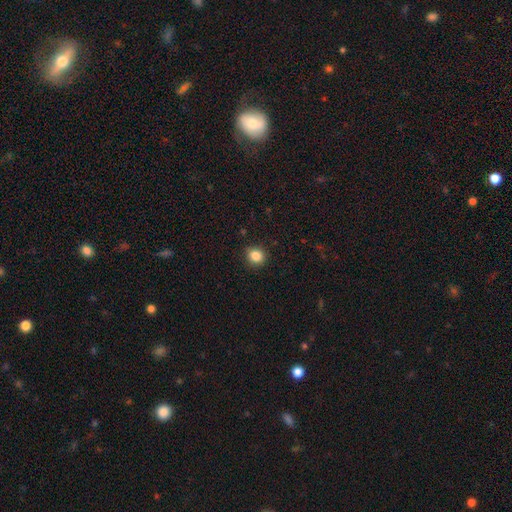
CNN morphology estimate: Smooth or featured? smooth (85%)
How rounded? round (80%)
Merging? none (89%)